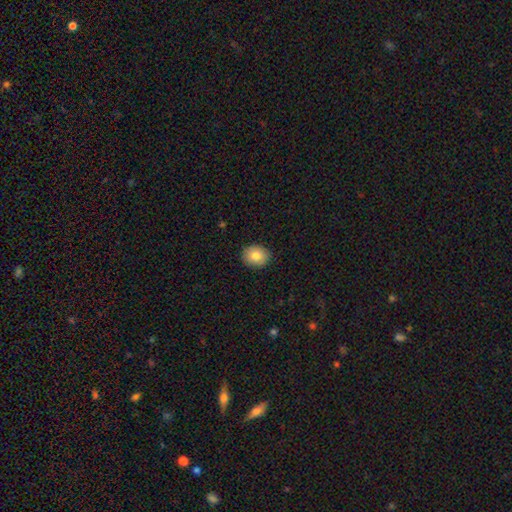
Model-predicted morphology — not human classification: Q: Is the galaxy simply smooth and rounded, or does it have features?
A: smooth — 82%.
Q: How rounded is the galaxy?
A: round — 55%.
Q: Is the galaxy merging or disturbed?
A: none — 90%.